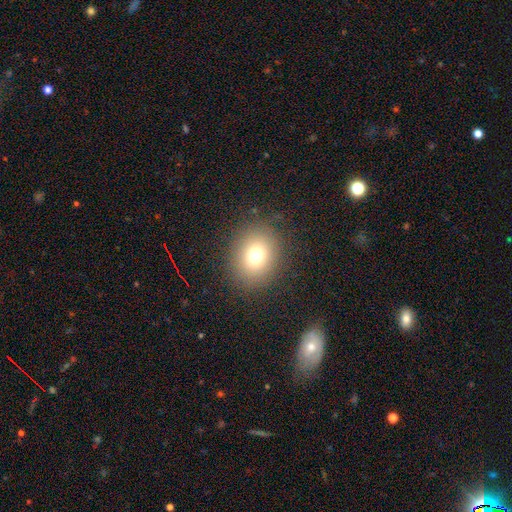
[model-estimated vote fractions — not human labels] smooth 73%, star or artifact 15%, featured or disk 11%. Down the decision tree: how rounded — round (60%); merging — none (85%).